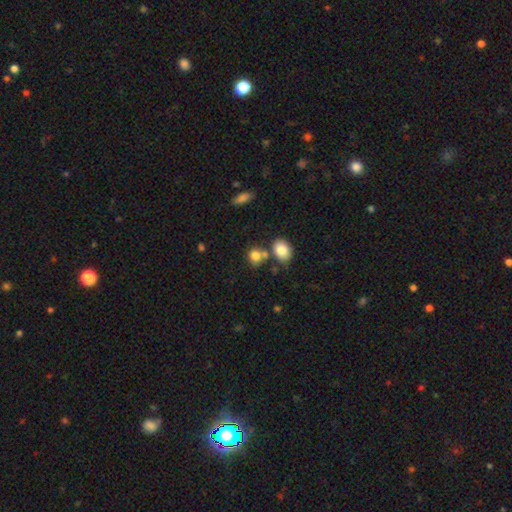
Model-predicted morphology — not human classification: A smooth galaxy with no disk features (81%) that is round (68%).

Vote fractions:
- Smooth or featured? smooth: 81% / star or artifact: 10% / featured or disk: 8%
- How rounded? round: 68% / in between: 30% / cigar-shaped: 1%
- Merging? none: 58% / merger: 26% / minor disturbance: 12% / major disturbance: 4%